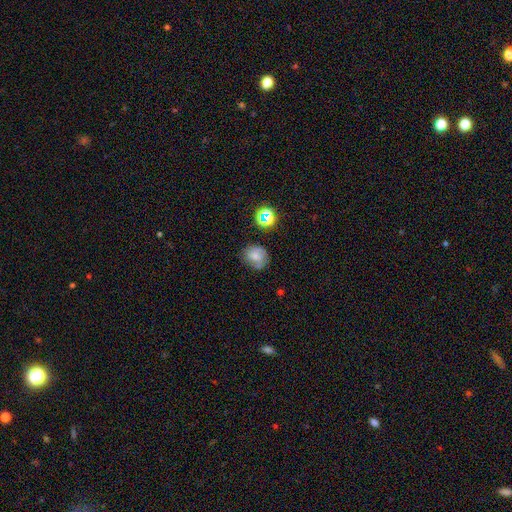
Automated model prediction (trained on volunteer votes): Smooth or featured: smooth — 63% (featured or disk — 22%)
How rounded: round — 69% (in between — 30%)
Merging: none — 62% (minor disturbance — 24%)